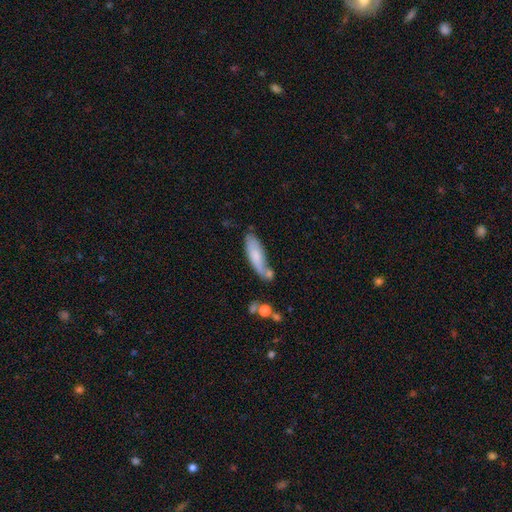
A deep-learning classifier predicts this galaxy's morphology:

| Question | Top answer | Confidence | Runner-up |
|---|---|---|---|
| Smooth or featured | smooth | 71% | featured or disk (23%) |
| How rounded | cigar-shaped | 52% | in between (46%) |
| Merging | none | 46% | minor disturbance (25%) |